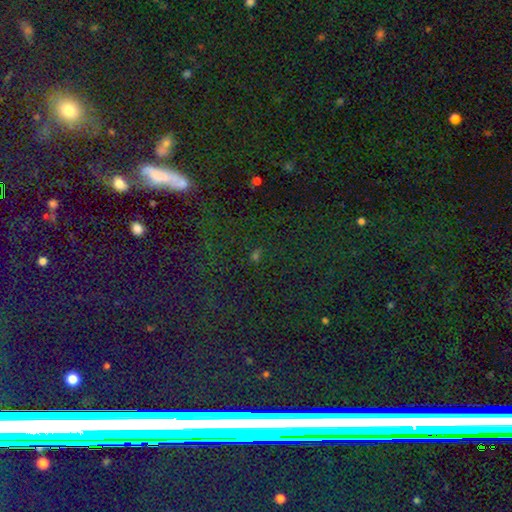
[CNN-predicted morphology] This appears to be a star or artifact, not a galaxy (62%).